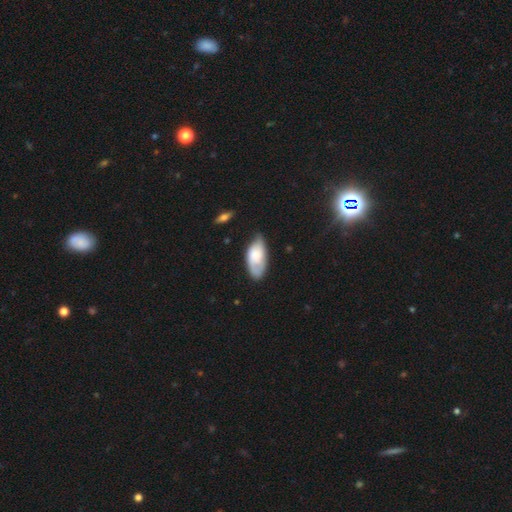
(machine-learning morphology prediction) Smooth or featured? smooth (60%)
How rounded? in between (91%)
Merging? none (56%)